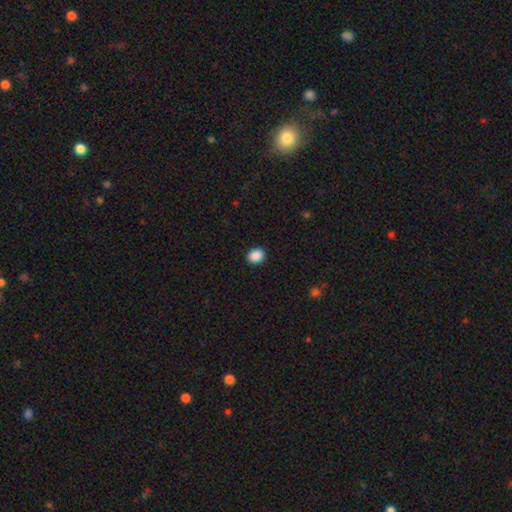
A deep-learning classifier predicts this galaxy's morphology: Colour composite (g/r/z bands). It shows a smooth galaxy with no disk features (89%) that is round (59%). Merging: none (91%).